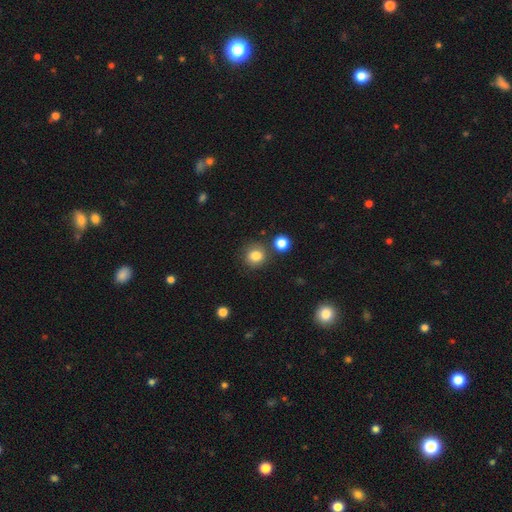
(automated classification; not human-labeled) Overall: smooth (83%). How rounded: round (85%). Merging: none (78%).